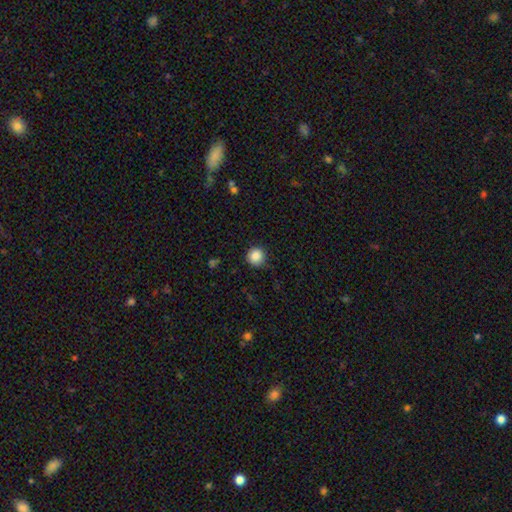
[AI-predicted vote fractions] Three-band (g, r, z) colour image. It shows a smooth galaxy with no disk features (87%) that is round (94%). Merging: none (86%).